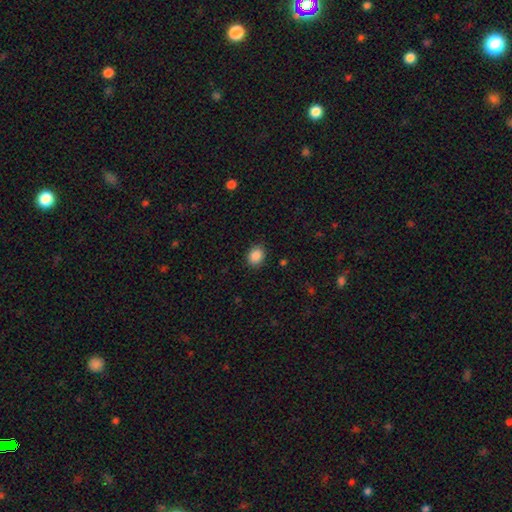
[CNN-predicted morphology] smooth 87%, star or artifact 9%, featured or disk 4%. Down the decision tree: how rounded — round (56%); merging — none (87%).